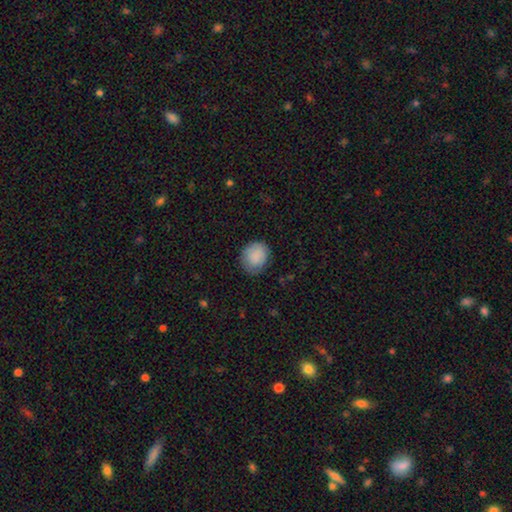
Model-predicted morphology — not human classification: This appears to be a smooth galaxy with no disk features (87%) that is round (71%). Merging: none (77%).